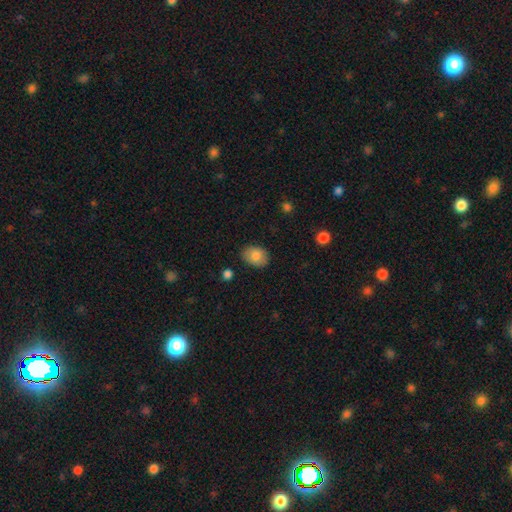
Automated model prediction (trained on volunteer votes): Smooth or featured: smooth — 82% (featured or disk — 10%)
How rounded: in between — 75% (round — 25%)
Merging: none — 85% (minor disturbance — 11%)